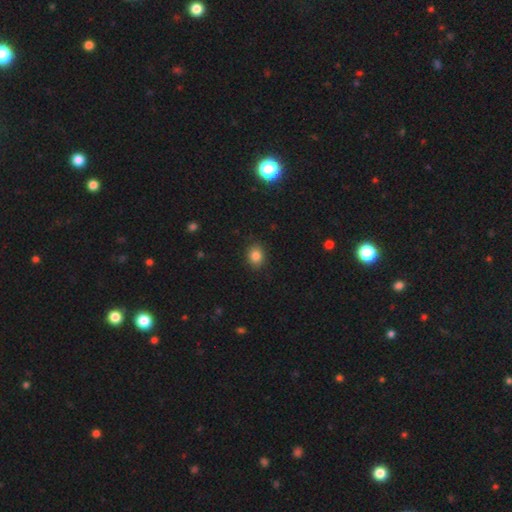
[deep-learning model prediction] Q: Smooth or featured?
A: smooth (84%); runner-up: star or artifact (11%)
Q: How rounded?
A: round (58%); runner-up: in between (41%)
Q: Merging?
A: none (88%); runner-up: minor disturbance (9%)